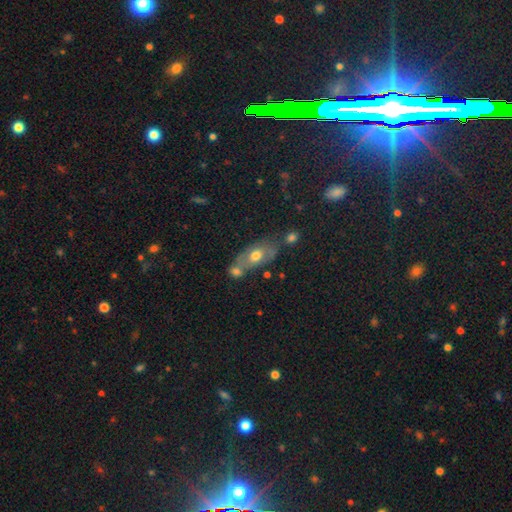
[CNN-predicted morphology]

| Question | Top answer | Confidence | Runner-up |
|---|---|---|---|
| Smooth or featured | smooth | 59% | featured or disk (32%) |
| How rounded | in between | 80% | round (11%) |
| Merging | none | 45% | merger (32%) |